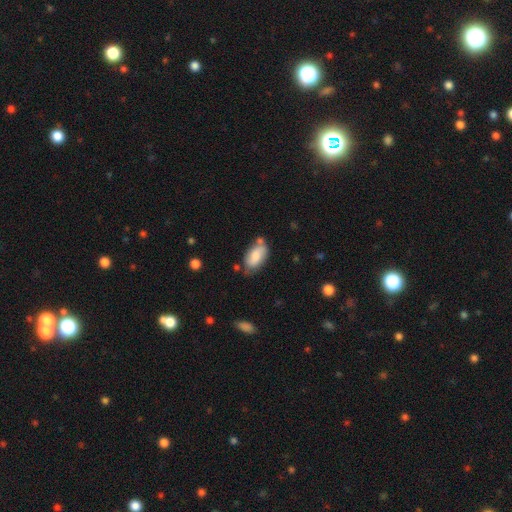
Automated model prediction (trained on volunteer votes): Q: Smooth or featured?
A: smooth (77%); runner-up: featured or disk (17%)
Q: How rounded?
A: in between (93%); runner-up: cigar-shaped (4%)
Q: Merging?
A: none (58%); runner-up: minor disturbance (26%)